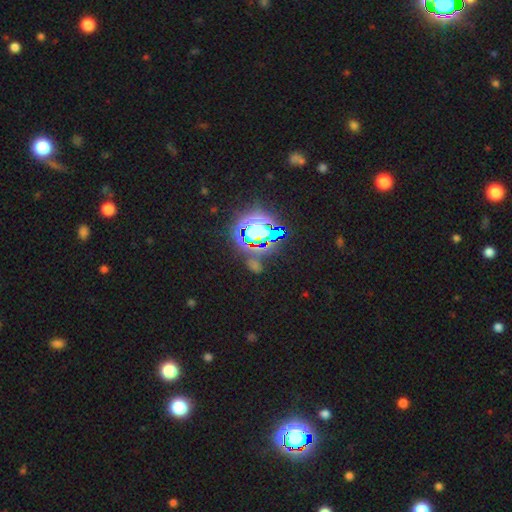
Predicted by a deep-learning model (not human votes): A star or artifact, not a galaxy (74%).